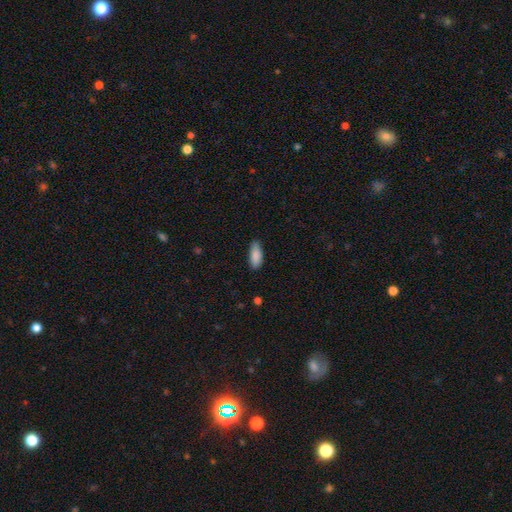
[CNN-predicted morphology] smooth 88%, star or artifact 6%, featured or disk 5%. Down the decision tree: how rounded — in between (76%); merging — none (81%).